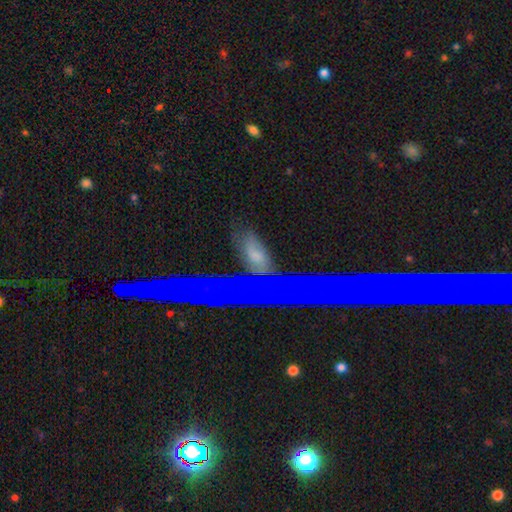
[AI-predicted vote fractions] Smooth or featured?
  - star or artifact: 38% *
  - smooth: 36%
  - featured or disk: 26%